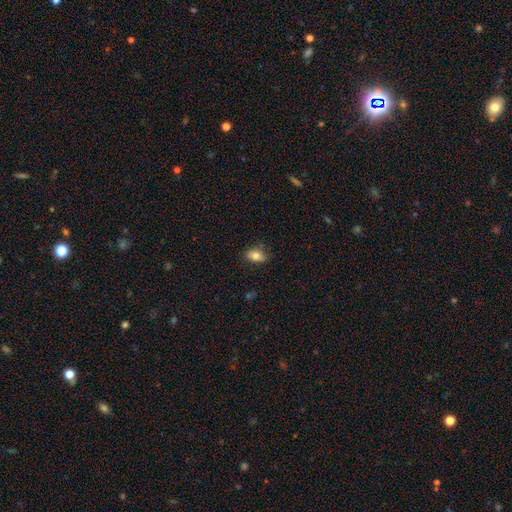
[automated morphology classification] smooth 80%, featured or disk 11%, star or artifact 9%. Down the decision tree: how rounded — in between (82%); merging — none (77%).